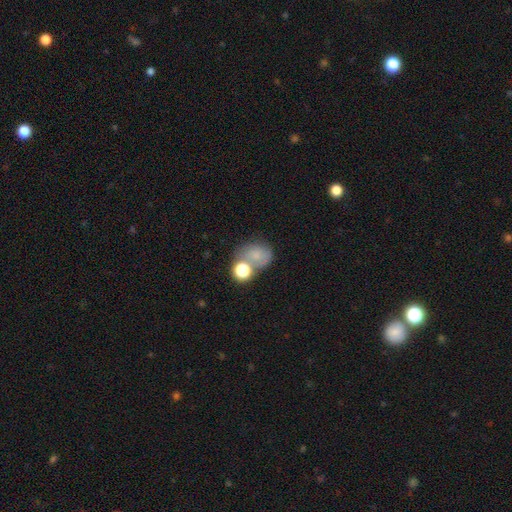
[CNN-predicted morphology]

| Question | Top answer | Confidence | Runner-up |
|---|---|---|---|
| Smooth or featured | smooth | 69% | featured or disk (17%) |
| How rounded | round | 57% | in between (42%) |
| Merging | none | 41% | merger (32%) |